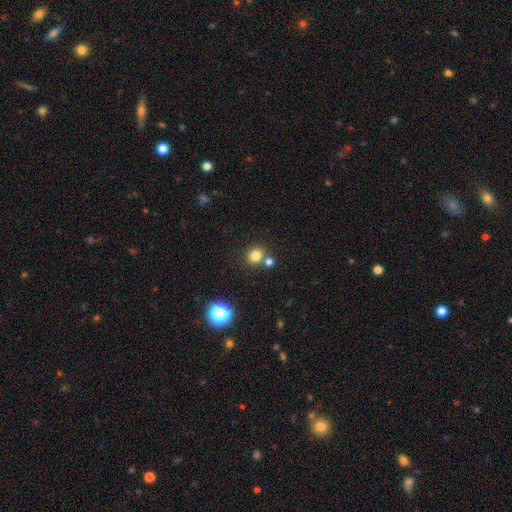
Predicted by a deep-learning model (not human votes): Overall: smooth (79%). How rounded: round (84%). Merging: none (70%).